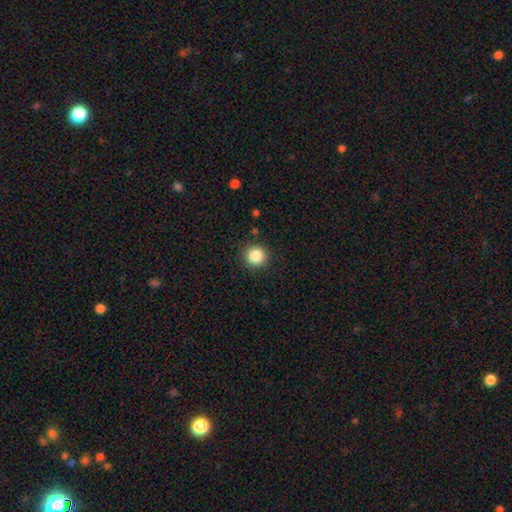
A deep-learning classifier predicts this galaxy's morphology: type=smooth (86%); roundness=round (94%); merging=none (90%).